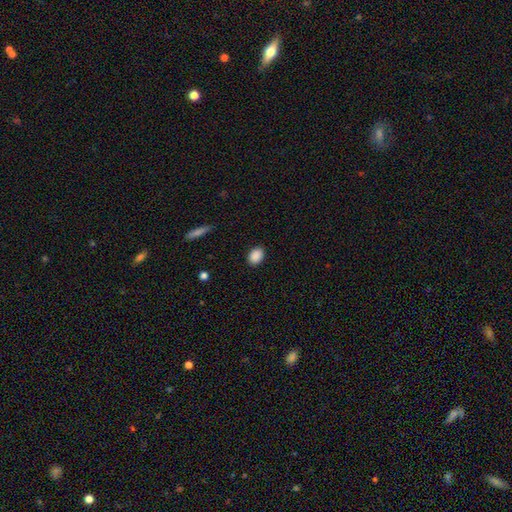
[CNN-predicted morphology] A smooth galaxy with no disk features (89%) that is in between round and cigar-shaped (73%). Merging: none (89%).